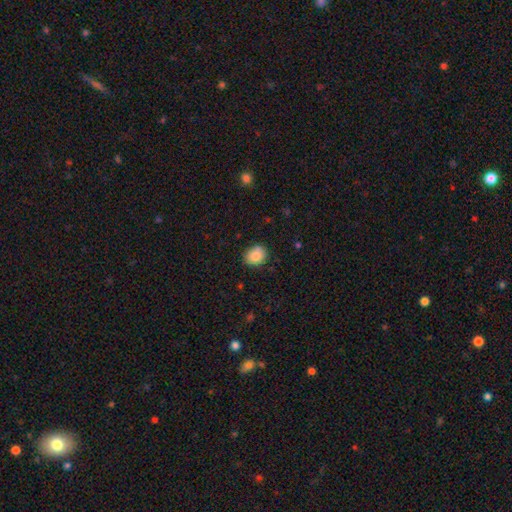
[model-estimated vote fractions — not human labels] Q: Smooth or featured?
A: smooth (86%); runner-up: star or artifact (8%)
Q: How rounded?
A: round (54%); runner-up: in between (45%)
Q: Merging?
A: none (83%); runner-up: minor disturbance (13%)